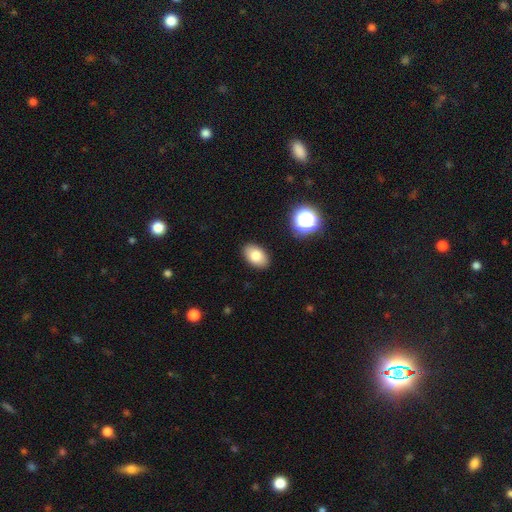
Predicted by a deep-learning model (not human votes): Morphology: type=smooth (81%); roundness=in between (89%); merging=none (88%).